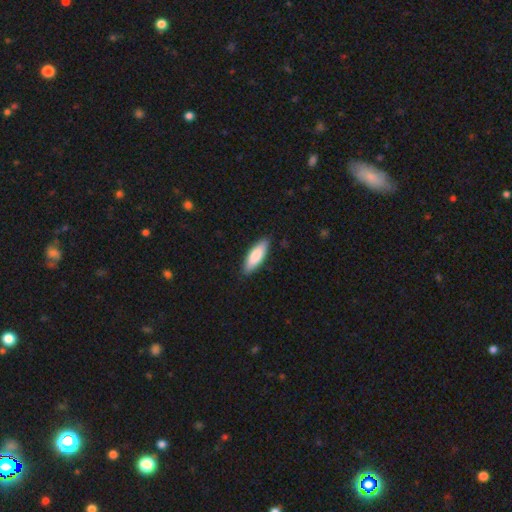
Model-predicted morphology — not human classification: The model was most divided on "how rounded": in between: 59%, cigar-shaped: 39%, round: 2%. More confident: merging — none (88%); smooth or featured — smooth (83%).